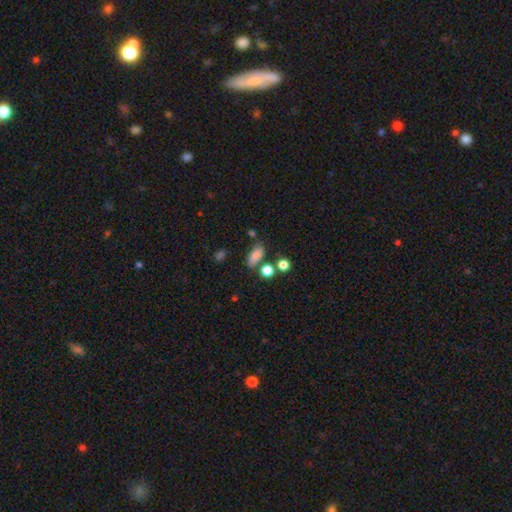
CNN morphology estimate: A smooth galaxy with no disk features (81%) that is in between round and cigar-shaped (82%).

Vote fractions:
- Smooth or featured? smooth: 81% / star or artifact: 12% / featured or disk: 7%
- How rounded? in between: 82% / round: 9% / cigar-shaped: 9%
- Merging? none: 69% / minor disturbance: 15% / merger: 10% / major disturbance: 5%